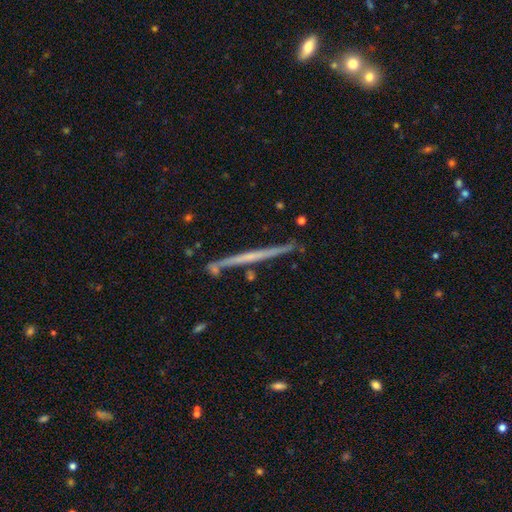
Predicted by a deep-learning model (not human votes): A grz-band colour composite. It shows a featured or disk galaxy (65%) viewed edge-on (98%) with no central bulge (83%). Merging: none (86%).